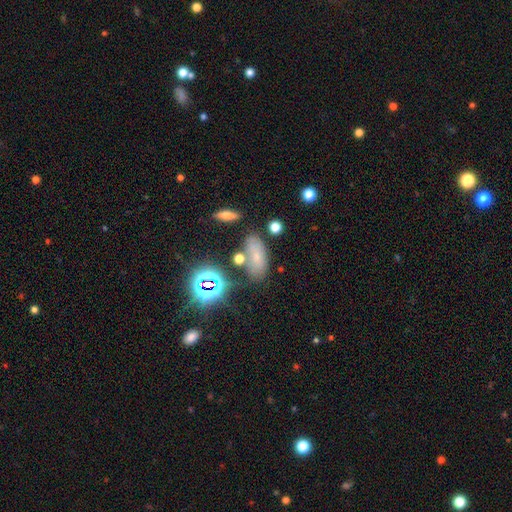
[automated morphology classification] This is possibly a smooth galaxy (57%). How rounded: clearly in between (84%). Merging: likely none (68%).